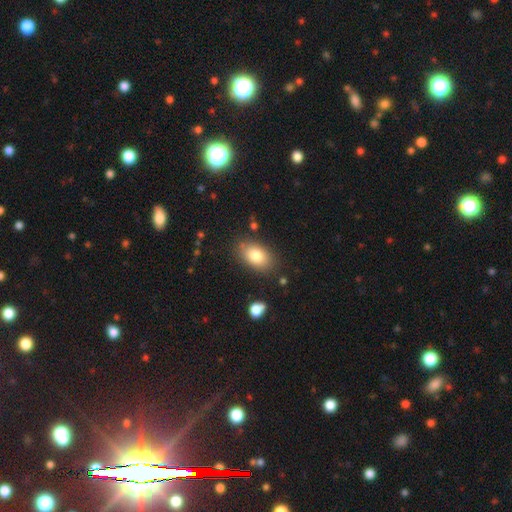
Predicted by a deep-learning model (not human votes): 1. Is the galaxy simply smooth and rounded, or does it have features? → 81% smooth, 11% featured or disk, 8% star or artifact.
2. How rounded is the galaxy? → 89% in between, 10% round, 2% cigar-shaped.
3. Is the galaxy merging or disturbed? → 80% none, 13% minor disturbance, 4% major disturbance, 3% merger.